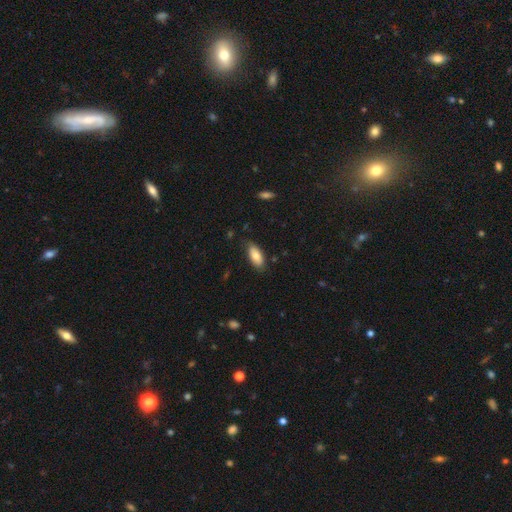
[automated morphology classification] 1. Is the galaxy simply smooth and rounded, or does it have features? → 79% smooth, 15% featured or disk, 6% star or artifact.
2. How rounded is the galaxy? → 88% in between, 10% cigar-shaped, 2% round.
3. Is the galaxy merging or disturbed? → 79% none, 17% minor disturbance, 3% major disturbance, 1% merger.